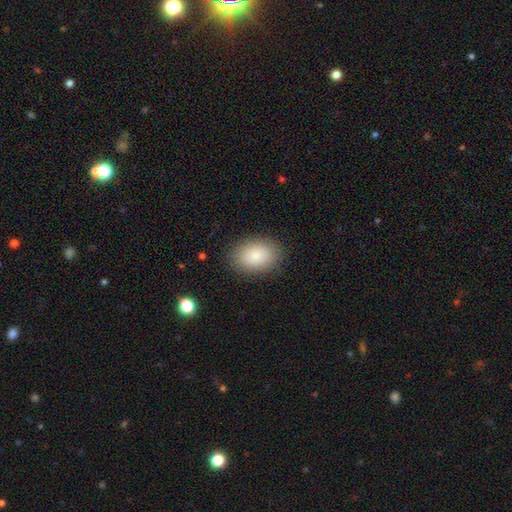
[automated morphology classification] This appears to be a smooth galaxy with no disk features (85%) that is in between round and cigar-shaped (80%). Merging: none (86%).